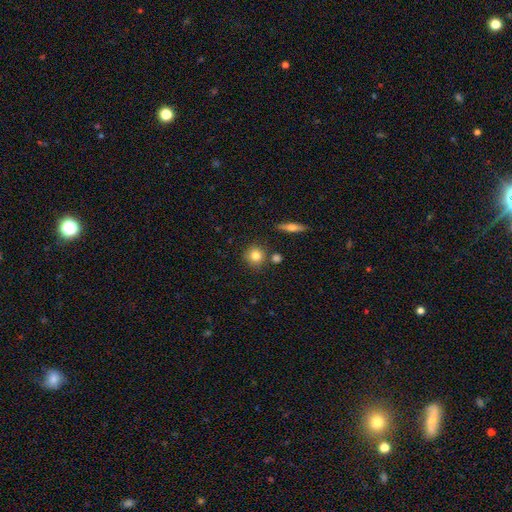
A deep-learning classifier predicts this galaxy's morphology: smooth 80%, featured or disk 11%, star or artifact 10%. Down the decision tree: how rounded — round (89%); merging — none (80%).